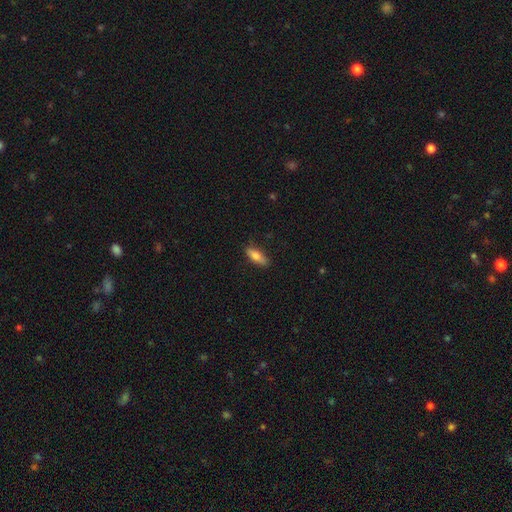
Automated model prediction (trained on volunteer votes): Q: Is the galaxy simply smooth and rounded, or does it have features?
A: smooth — 76%.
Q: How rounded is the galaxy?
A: in between — 58%.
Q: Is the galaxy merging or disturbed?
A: none — 83%.